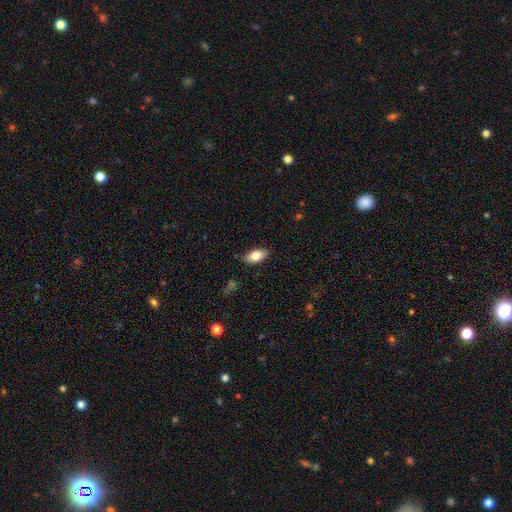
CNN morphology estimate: This is likely a smooth galaxy (77%). How rounded: clearly in between (89%). Merging: clearly none (86%).